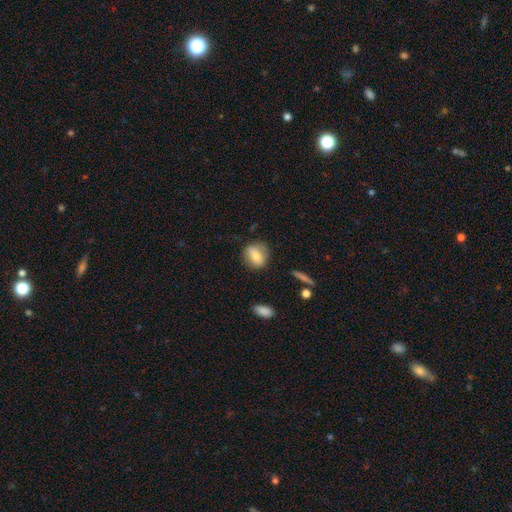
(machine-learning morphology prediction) Smooth or featured?
  - smooth: 70% *
  - featured or disk: 22%
  - star or artifact: 8%
How rounded?
  - round: 56% *
  - in between: 41%
  - cigar-shaped: 3%
Merging?
  - none: 78% *
  - minor disturbance: 15%
  - major disturbance: 4%
  - merger: 2%